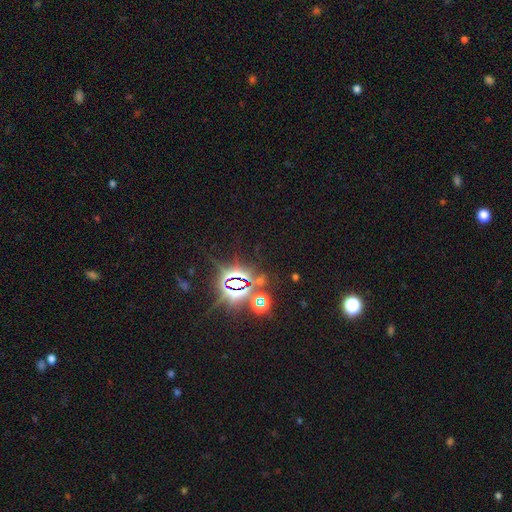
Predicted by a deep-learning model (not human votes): Overall: star or artifact (81%).